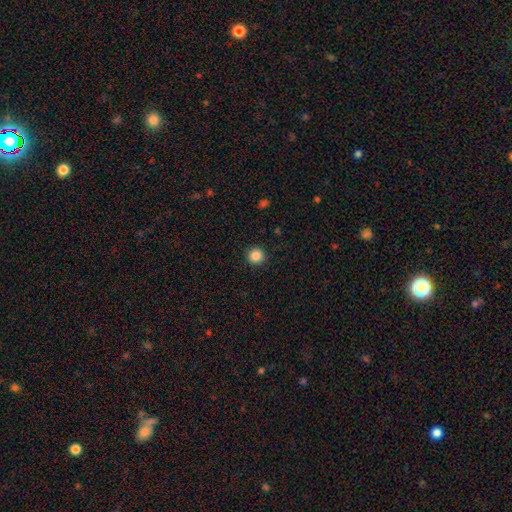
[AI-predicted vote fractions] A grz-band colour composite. It shows a smooth galaxy with no disk features (87%) that is round (95%). Merging: none (92%).